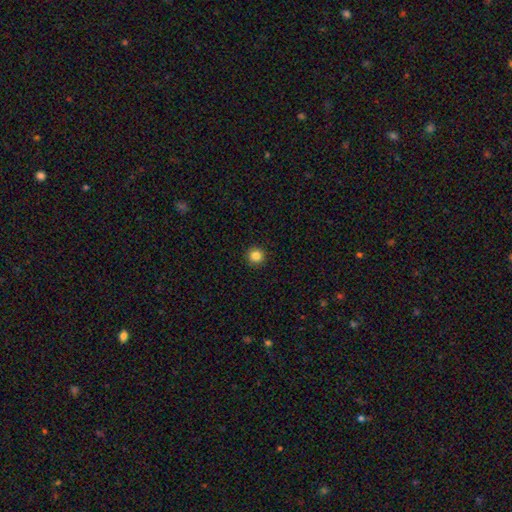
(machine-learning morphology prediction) The model was most divided on "smooth or featured": smooth: 85%, star or artifact: 11%, featured or disk: 4%. More confident: how rounded — round (96%); merging — none (93%).